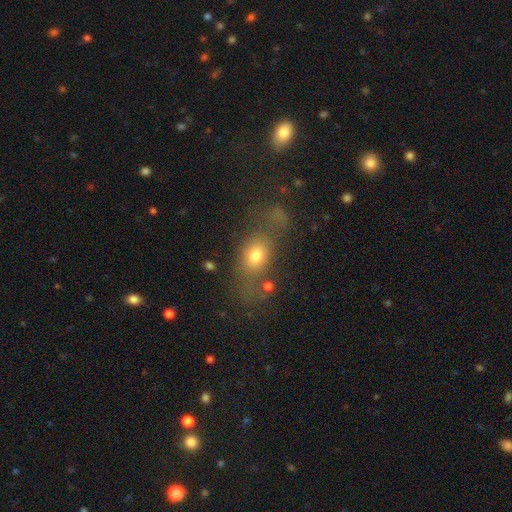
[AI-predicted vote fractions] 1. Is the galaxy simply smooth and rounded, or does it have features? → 68% smooth, 18% featured or disk, 14% star or artifact.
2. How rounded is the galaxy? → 69% in between, 23% round, 8% cigar-shaped.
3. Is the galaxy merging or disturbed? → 48% none, 23% major disturbance, 19% minor disturbance, 10% merger.